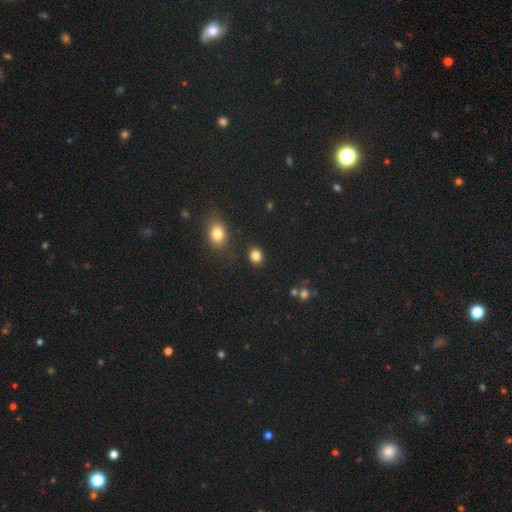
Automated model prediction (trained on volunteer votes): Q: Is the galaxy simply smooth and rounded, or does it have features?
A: smooth — 84%.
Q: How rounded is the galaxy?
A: round — 60%.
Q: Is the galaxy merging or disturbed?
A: none — 87%.